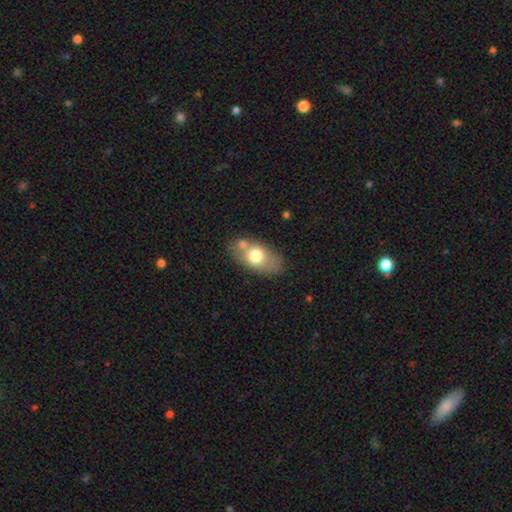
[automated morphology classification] smooth_or_featured: smooth (p=0.68) [alt: featured or disk p=0.25]
how_rounded: in between (p=0.89) [alt: round p=0.08]
merging: none (p=0.67) [alt: minor disturbance p=0.15]